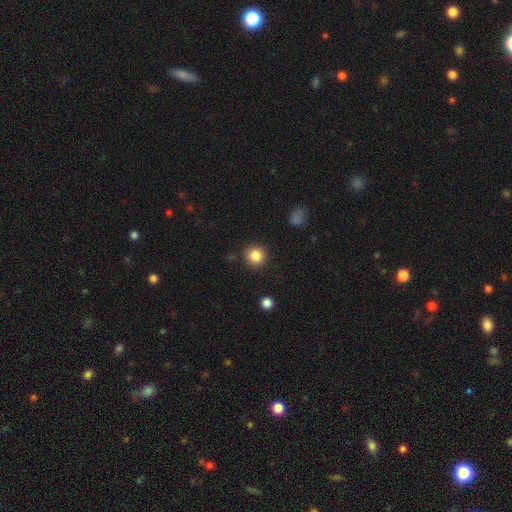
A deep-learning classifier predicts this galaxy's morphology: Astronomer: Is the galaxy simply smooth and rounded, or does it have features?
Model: smooth — 84%.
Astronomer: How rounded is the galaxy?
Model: round — 94%.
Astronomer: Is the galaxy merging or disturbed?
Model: none — 90%.